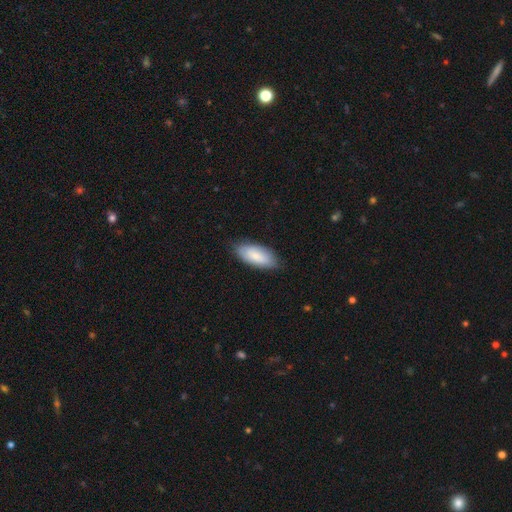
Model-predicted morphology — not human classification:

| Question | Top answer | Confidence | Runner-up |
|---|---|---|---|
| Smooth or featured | smooth | 84% | featured or disk (11%) |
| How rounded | in between | 85% | cigar-shaped (13%) |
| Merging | none | 82% | minor disturbance (15%) |